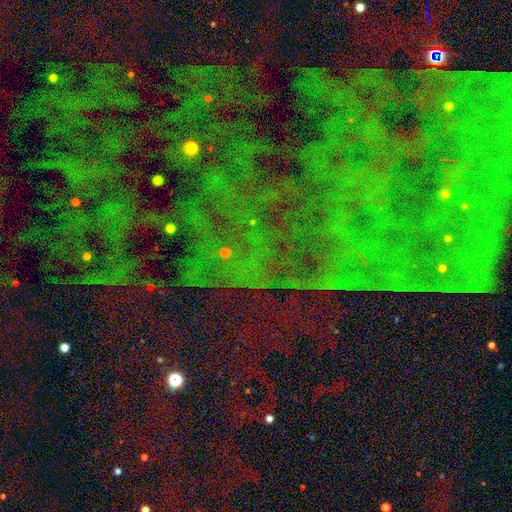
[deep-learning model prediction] Overall: star or artifact (82%).